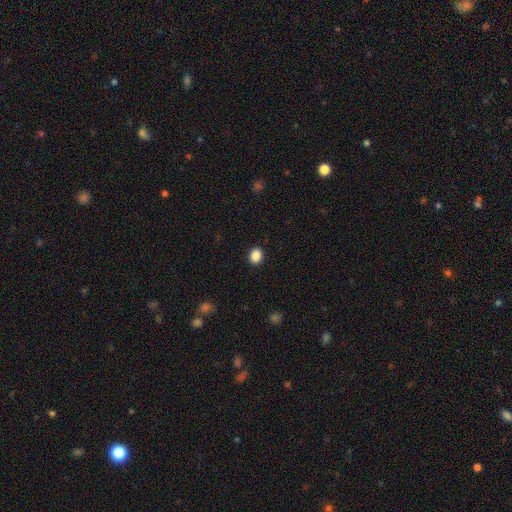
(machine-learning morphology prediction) smooth-or-featured: smooth: 88% | star or artifact: 9% | featured or disk: 3%
  how-rounded: round: 51% | in between: 48% | cigar-shaped: 1%
  merging: none: 90% | minor disturbance: 7% | major disturbance: 2% | merger: 1%